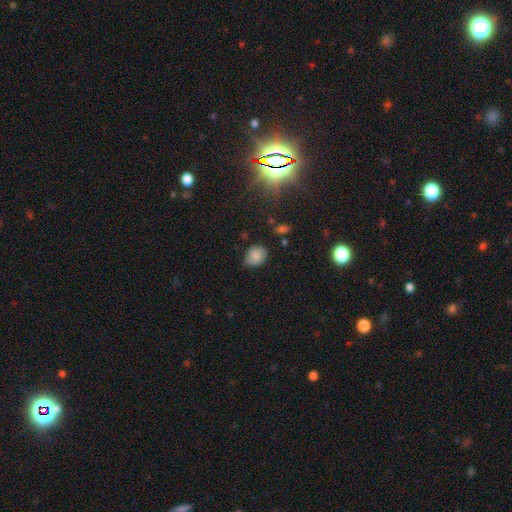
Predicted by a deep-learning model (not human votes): Smooth or featured? smooth (82%)
How rounded? round (52%)
Merging? none (66%)